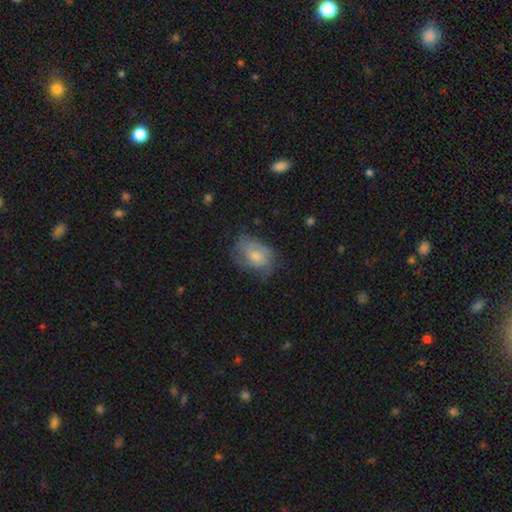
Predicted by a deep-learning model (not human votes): Smooth or featured?
  - smooth: 49% *
  - featured or disk: 42%
  - star or artifact: 8%
Merging?
  - none: 57% *
  - minor disturbance: 28%
  - major disturbance: 13%
  - merger: 1%